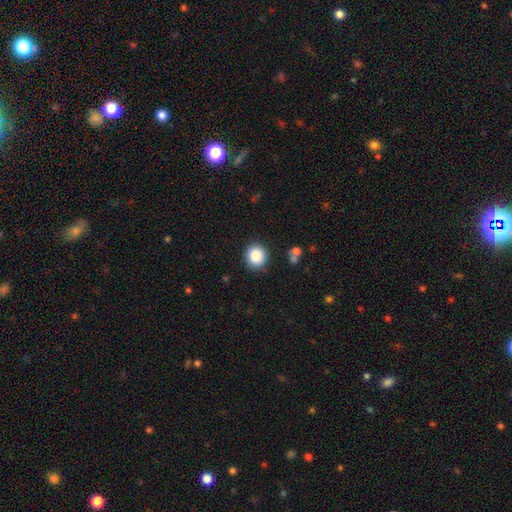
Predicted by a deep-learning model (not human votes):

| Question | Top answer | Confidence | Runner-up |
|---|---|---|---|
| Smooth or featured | smooth | 86% | star or artifact (9%) |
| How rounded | round | 88% | in between (11%) |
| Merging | none | 88% | minor disturbance (7%) |